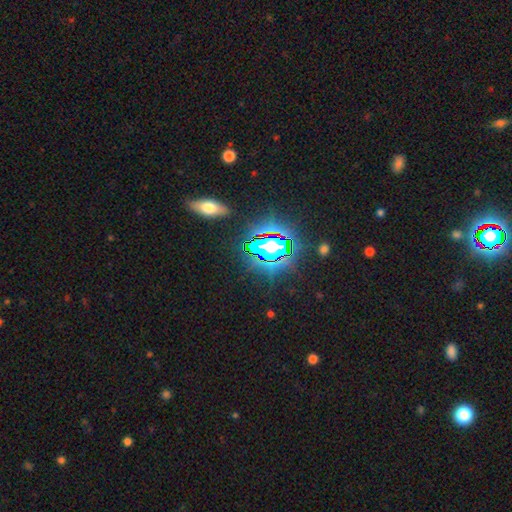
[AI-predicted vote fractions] Smooth or featured: star or artifact — 71% (smooth — 16%)